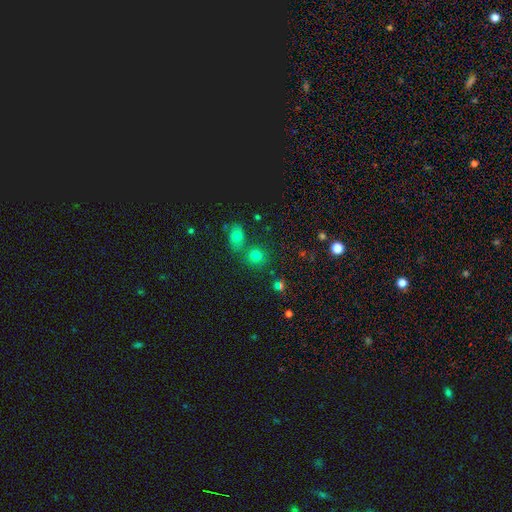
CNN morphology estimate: A smooth galaxy with no disk features (74%) that is round (83%). Merging: none (66%).